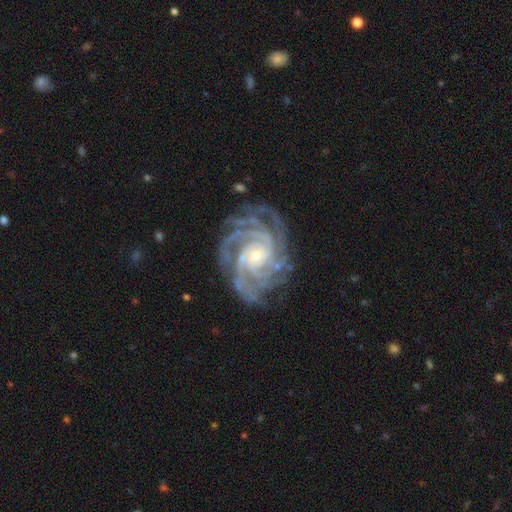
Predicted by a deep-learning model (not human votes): Overall: featured or disk (93%). Edge-on disk: no (98%). Bar: no (69%). Spiral arms: yes (99%). Spiral arm count: 4 (34%; more than 4 23%). Spiral winding: tight (74%). Bulge size: small (75%). Merging: none (76%).